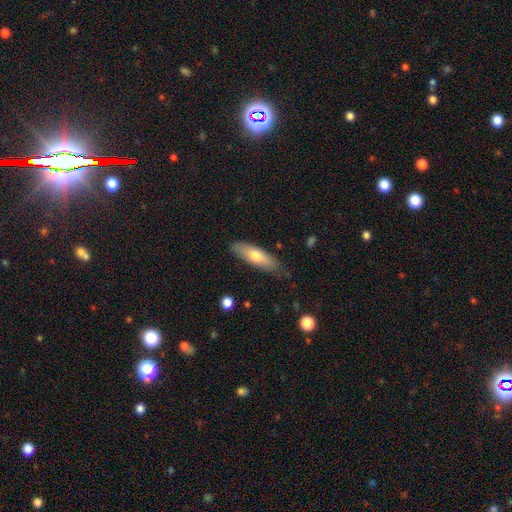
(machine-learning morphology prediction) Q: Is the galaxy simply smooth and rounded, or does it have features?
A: smooth — 69%.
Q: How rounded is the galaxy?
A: in between — 52%.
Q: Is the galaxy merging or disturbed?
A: none — 77%.